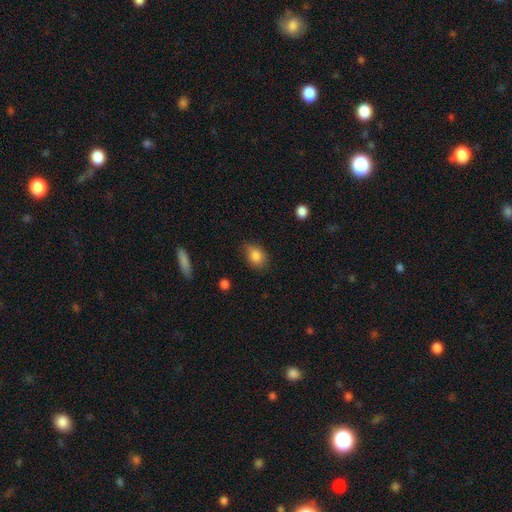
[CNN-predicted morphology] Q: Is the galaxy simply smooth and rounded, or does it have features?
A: smooth — 84%.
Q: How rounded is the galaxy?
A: in between — 58%.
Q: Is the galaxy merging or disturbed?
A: none — 65%.